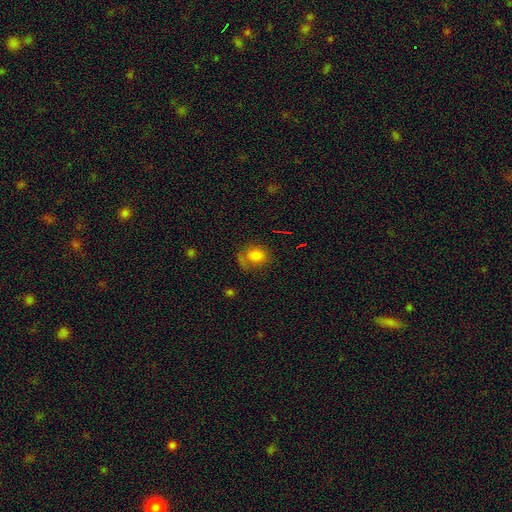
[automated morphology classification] Q: Smooth or featured?
A: smooth (75%); runner-up: star or artifact (15%)
Q: How rounded?
A: round (57%); runner-up: in between (41%)
Q: Merging?
A: none (62%); runner-up: minor disturbance (21%)